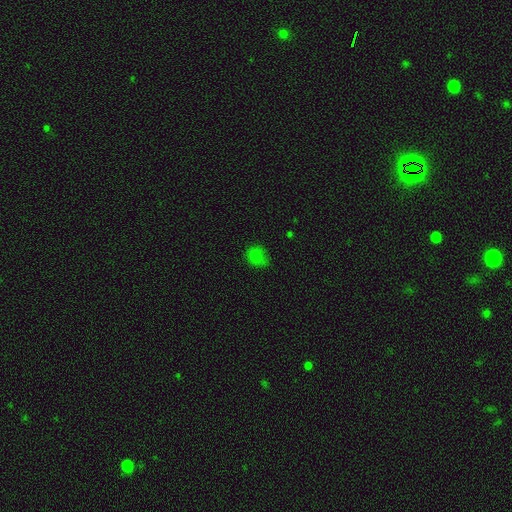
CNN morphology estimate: Smooth or featured?
  - smooth: 75% *
  - star or artifact: 19%
  - featured or disk: 6%
How rounded?
  - round: 62% *
  - in between: 36%
  - cigar-shaped: 1%
Merging?
  - none: 65% *
  - minor disturbance: 25%
  - major disturbance: 8%
  - merger: 2%